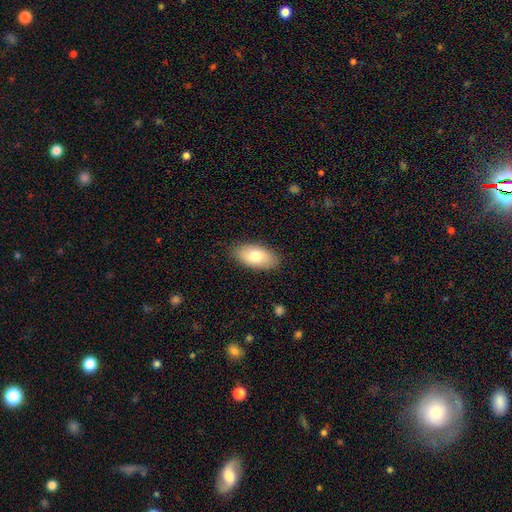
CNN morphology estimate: Q: Smooth or featured?
A: smooth (76%); runner-up: featured or disk (17%)
Q: How rounded?
A: in between (94%); runner-up: cigar-shaped (3%)
Q: Merging?
A: none (87%); runner-up: minor disturbance (10%)